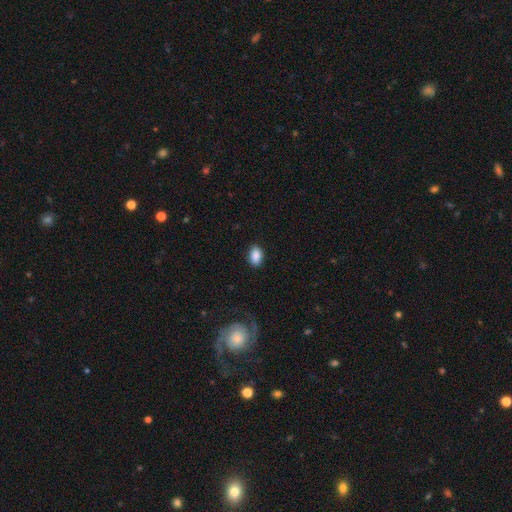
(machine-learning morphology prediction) Smooth or featured? Predicted: smooth (p=0.88). How rounded? Predicted: in between (p=0.89). Merging? Predicted: none (p=0.86).